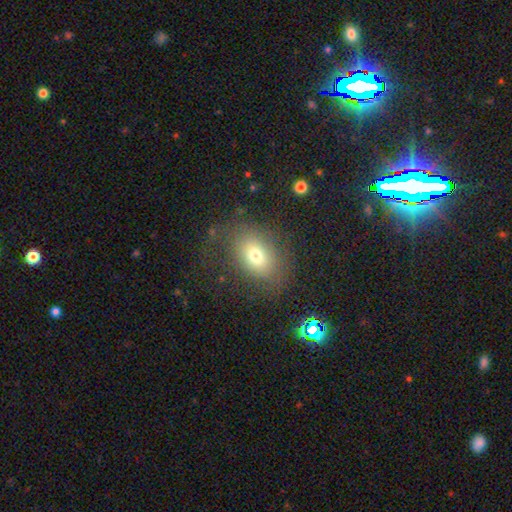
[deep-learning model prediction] This appears to be a smooth galaxy with no disk features (71%) that is in between round and cigar-shaped (71%). Merging: none (72%).